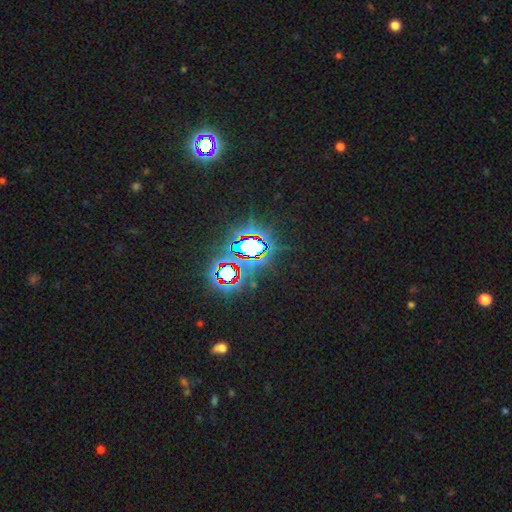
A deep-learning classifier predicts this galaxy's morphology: Smooth or featured?
  - star or artifact: 82% *
  - smooth: 10%
  - featured or disk: 7%